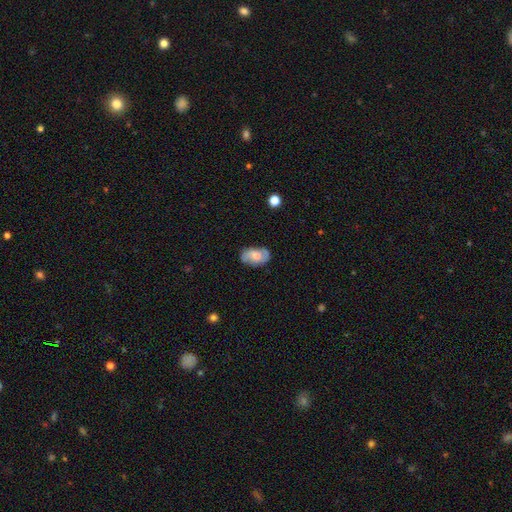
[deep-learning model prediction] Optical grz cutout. It shows a smooth galaxy with no disk features (47%). Merging: none (74%).